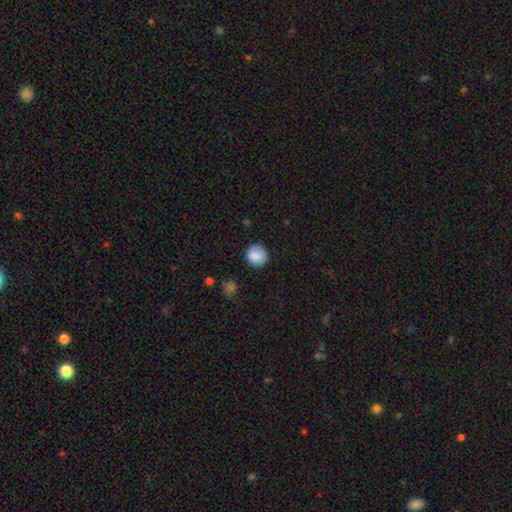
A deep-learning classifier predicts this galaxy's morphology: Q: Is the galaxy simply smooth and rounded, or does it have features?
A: smooth — 86%.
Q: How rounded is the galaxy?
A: round — 90%.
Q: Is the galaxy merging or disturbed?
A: none — 84%.